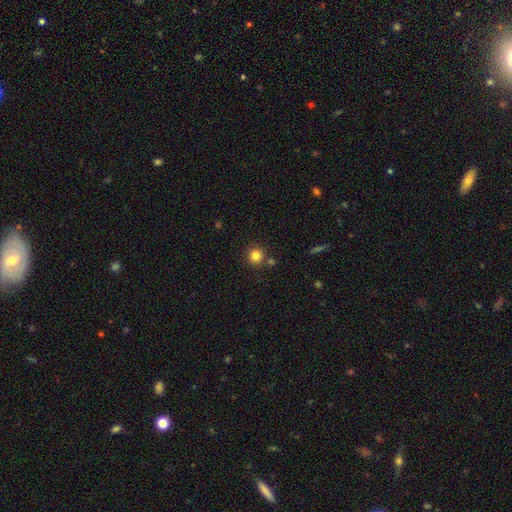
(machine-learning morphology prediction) Q: Smooth or featured?
A: smooth (83%); runner-up: star or artifact (12%)
Q: How rounded?
A: round (94%); runner-up: in between (6%)
Q: Merging?
A: none (82%); runner-up: merger (8%)